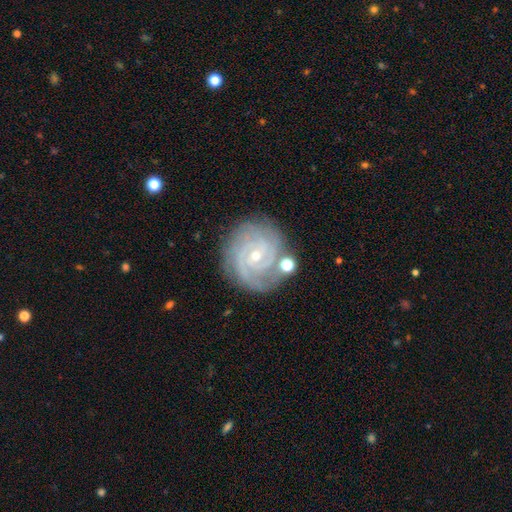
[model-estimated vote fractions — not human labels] The model was most divided on "spiral arm count": 3: 34%, 2: 22%, can't tell: 17%, 4: 16%, more than 4: 6%, 1: 6%. More confident: spiral arms — yes (98%); edge-on disk — no (98%); smooth or featured — featured or disk (89%); spiral winding — tight (79%); merging — none (77%); bulge size — small (73%); bar — no (65%).